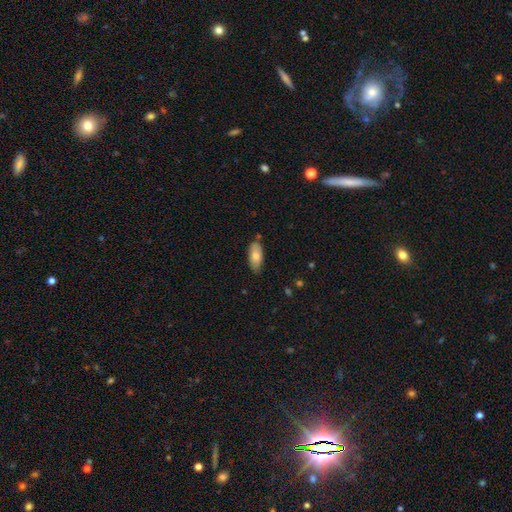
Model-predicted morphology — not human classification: smooth 79%, featured or disk 15%, star or artifact 6%. Down the decision tree: how rounded — in between (88%); merging — none (78%).